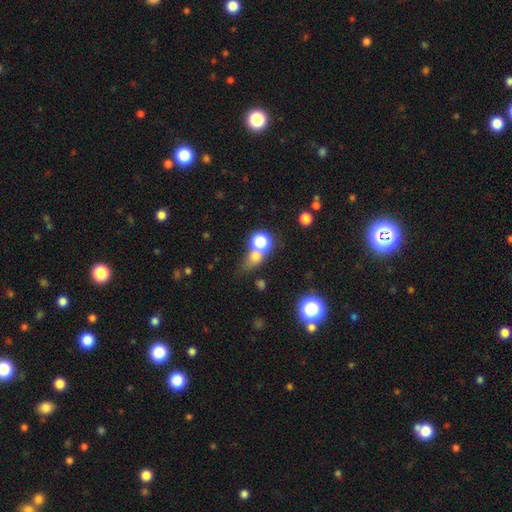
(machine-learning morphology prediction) A smooth galaxy with no disk features (64%) that is round (62%).

Vote fractions:
- Smooth or featured? smooth: 64% / star or artifact: 23% / featured or disk: 13%
- How rounded? round: 62% / in between: 33% / cigar-shaped: 5%
- Merging? none: 45% / merger: 36% / minor disturbance: 11% / major disturbance: 7%